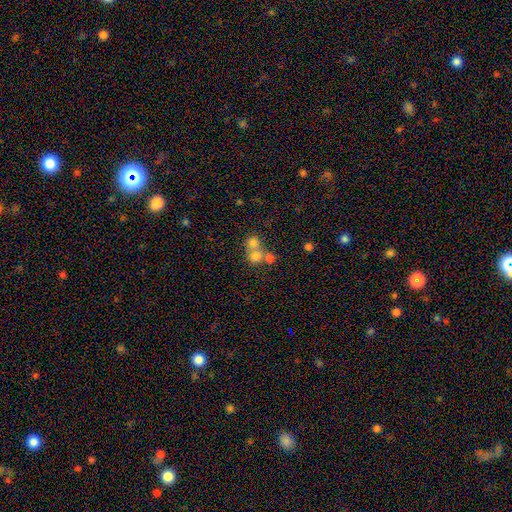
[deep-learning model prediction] Q: Smooth or featured?
A: smooth (70%); runner-up: featured or disk (16%)
Q: How rounded?
A: round (80%); runner-up: in between (19%)
Q: Merging?
A: merger (56%); runner-up: none (34%)